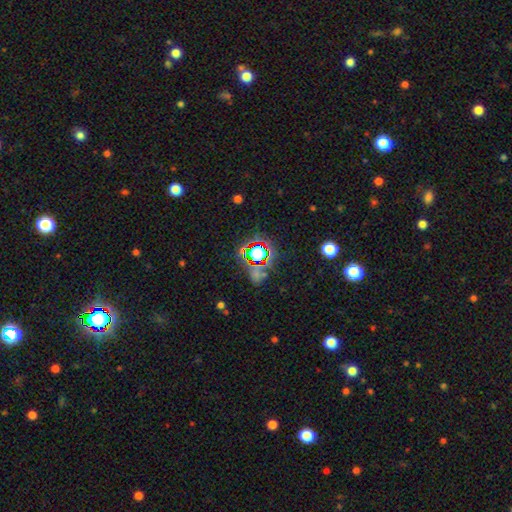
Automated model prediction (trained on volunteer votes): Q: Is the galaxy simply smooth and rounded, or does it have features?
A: star or artifact — 78%.